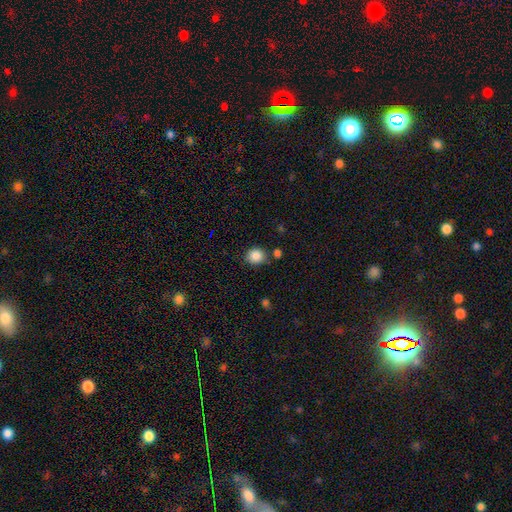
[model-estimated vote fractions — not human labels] Q: Smooth or featured?
A: smooth (87%); runner-up: star or artifact (9%)
Q: How rounded?
A: round (79%); runner-up: in between (20%)
Q: Merging?
A: none (78%); runner-up: minor disturbance (12%)